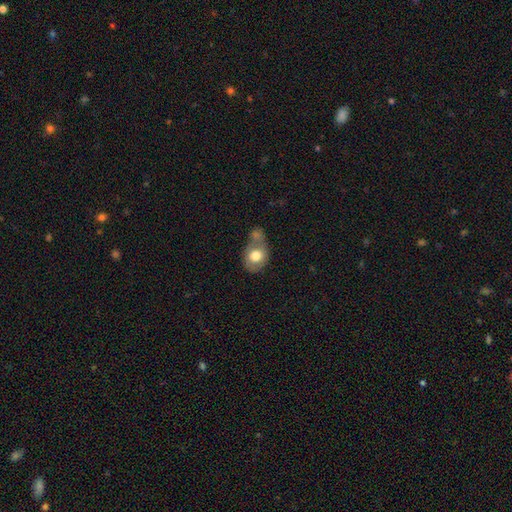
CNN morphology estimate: Smooth or featured? Predicted: smooth (p=0.71). How rounded? Predicted: in between (p=0.54). Merging? Predicted: merger (p=0.45).